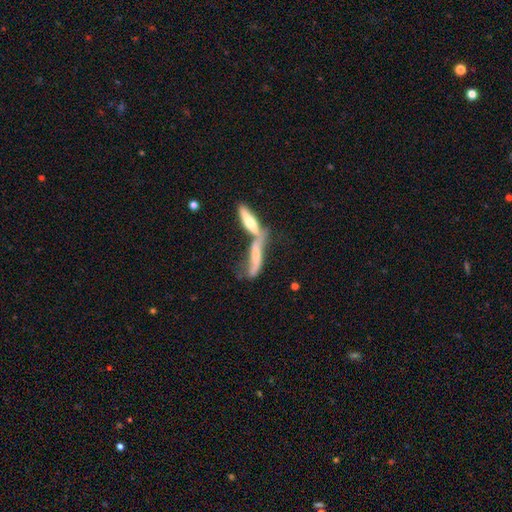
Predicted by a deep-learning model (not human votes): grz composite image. It shows a featured or disk galaxy (49%). Merging: merger (60%).